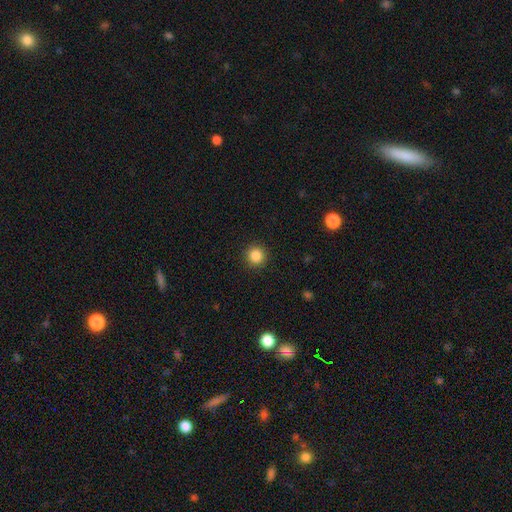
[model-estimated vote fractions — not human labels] smooth 85%, star or artifact 11%, featured or disk 4%. Down the decision tree: how rounded — round (95%); merging — none (92%).